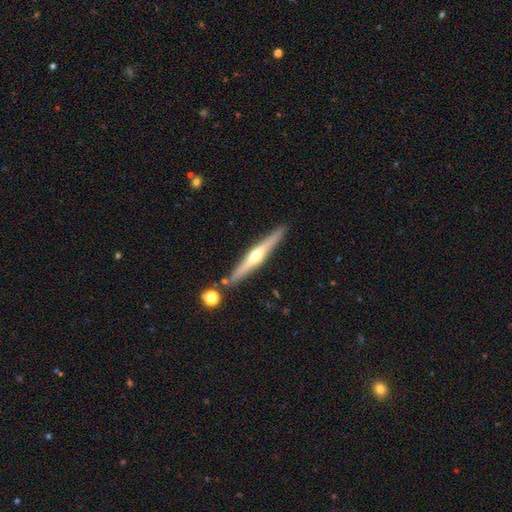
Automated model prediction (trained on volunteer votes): Smooth or featured? featured or disk (69%)
Edge-on disk? yes (97%)
Edge-on bulge? rounded (87%)
Merging? none (86%)